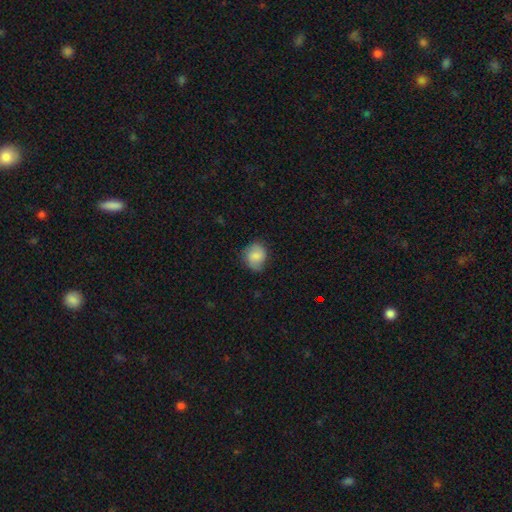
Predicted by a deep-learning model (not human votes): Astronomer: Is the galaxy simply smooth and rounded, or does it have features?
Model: smooth — 79%.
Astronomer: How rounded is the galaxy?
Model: round — 65%.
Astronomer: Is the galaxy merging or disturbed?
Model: none — 69%.